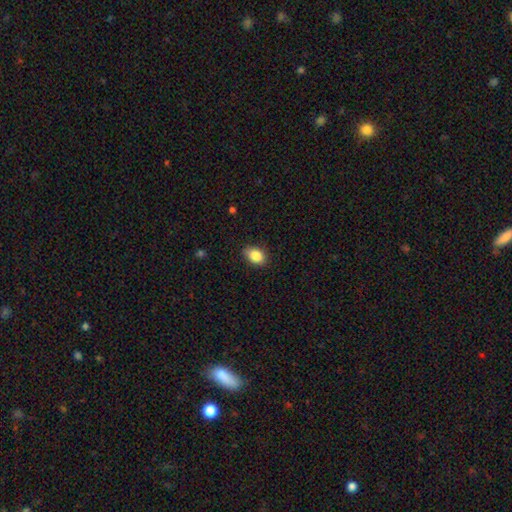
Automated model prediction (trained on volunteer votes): This is clearly a smooth galaxy (86%). How rounded: likely in between (78%). Merging: likely none (80%).